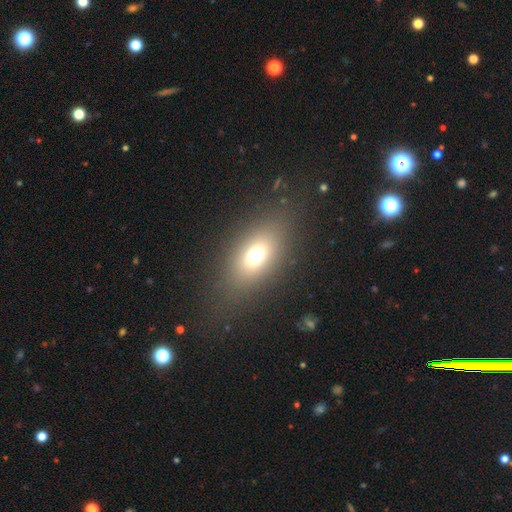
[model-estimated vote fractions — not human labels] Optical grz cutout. It shows a smooth galaxy with no disk features (67%) that is in between round and cigar-shaped (75%). Merging: none (80%).